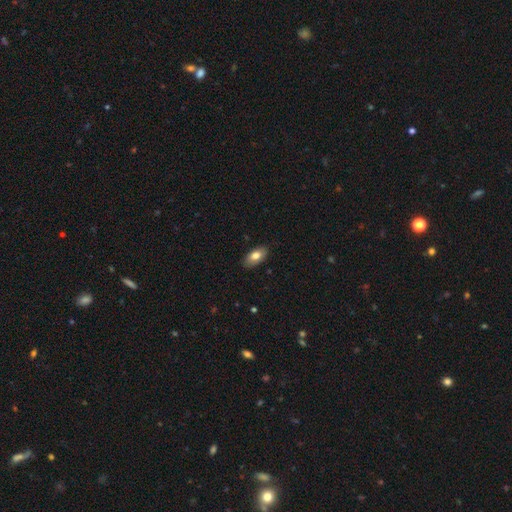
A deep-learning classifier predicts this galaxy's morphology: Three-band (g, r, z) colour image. It shows a smooth galaxy with no disk features (80%) that is in between round and cigar-shaped (92%). Merging: none (87%).